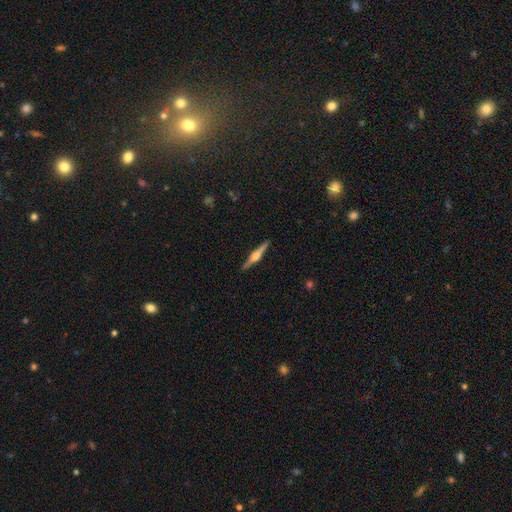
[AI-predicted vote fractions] A featured or disk galaxy (76%) viewed edge-on (98%) with a rounded central bulge (88%).

Vote fractions:
- Smooth or featured? featured or disk: 76% / smooth: 18% / star or artifact: 5%
- Edge-on disk? yes: 98% / no: 2%
- Edge-on bulge? rounded: 88% / boxy: 9% / none: 3%
- Merging? none: 92% / minor disturbance: 6% / major disturbance: 1% / merger: 1%